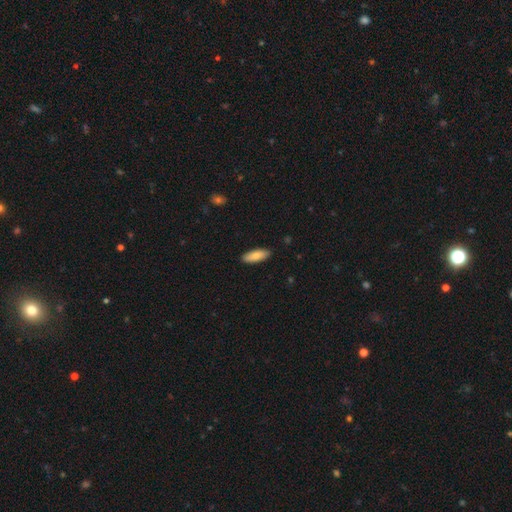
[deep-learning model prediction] Smooth or featured? smooth (82%)
How rounded? in between (70%)
Merging? none (89%)